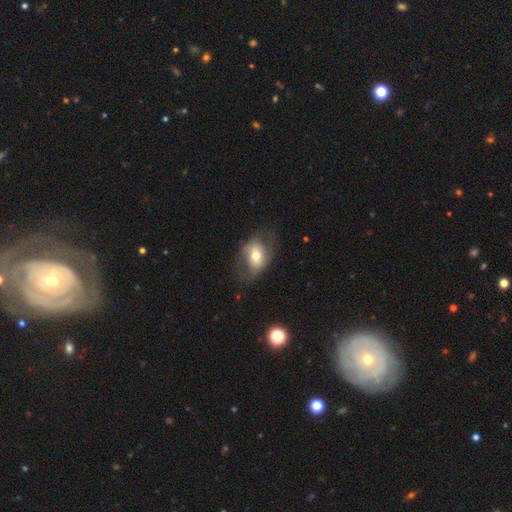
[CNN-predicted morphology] smooth 53%, featured or disk 39%, star or artifact 8%. Down the decision tree: how rounded — in between (77%); merging — none (58%).